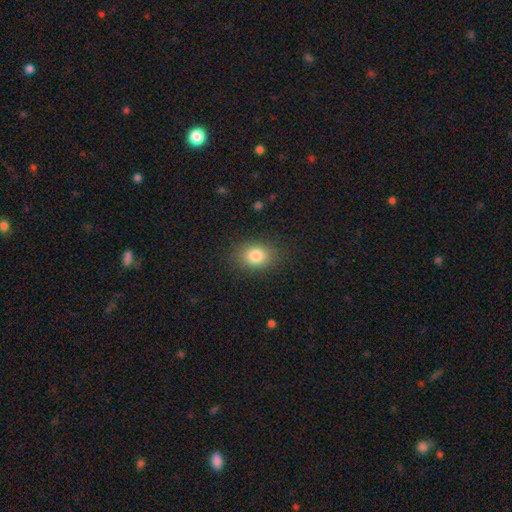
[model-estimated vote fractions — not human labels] Smooth or featured: smooth — 82% (star or artifact — 10%)
How rounded: in between — 63% (round — 36%)
Merging: none — 85% (minor disturbance — 10%)